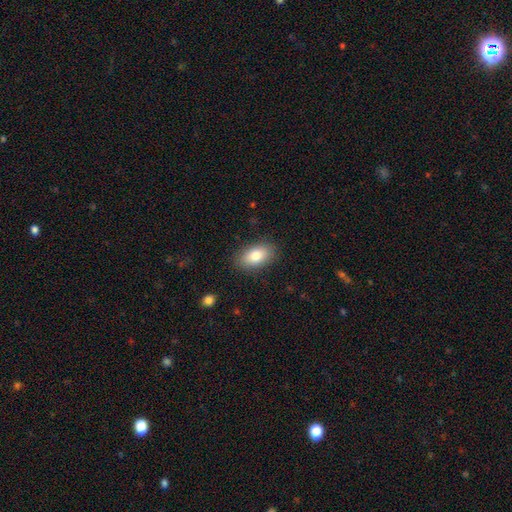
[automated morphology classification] type=smooth (81%); roundness=in between (91%); merging=none (87%).